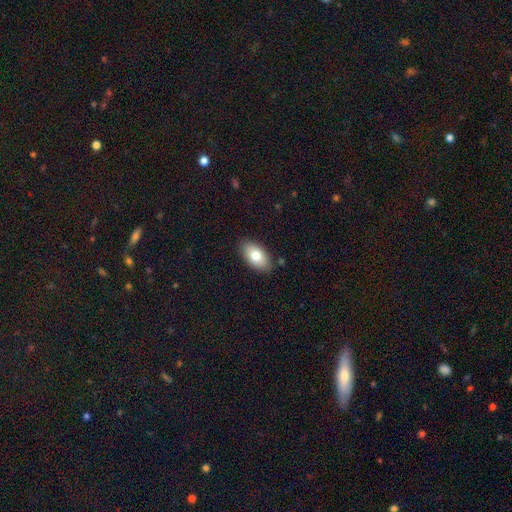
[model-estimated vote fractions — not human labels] smooth-or-featured: smooth: 77% | featured or disk: 16% | star or artifact: 7%
  how-rounded: in between: 93% | round: 5% | cigar-shaped: 2%
  merging: none: 85% | minor disturbance: 11% | major disturbance: 2% | merger: 2%